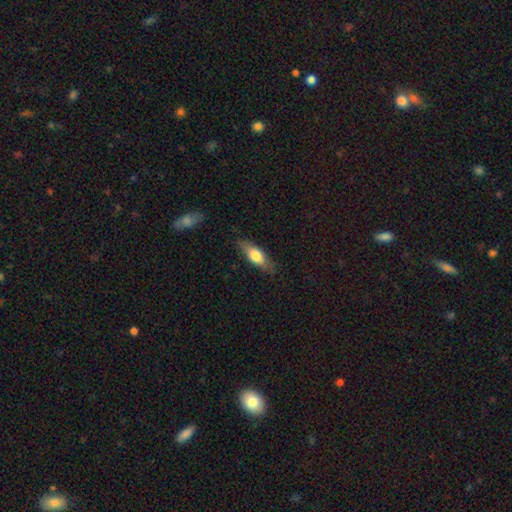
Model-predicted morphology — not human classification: smooth-or-featured: smooth: 66% | featured or disk: 28% | star or artifact: 6%
  how-rounded: in between: 57% | cigar-shaped: 40% | round: 3%
  merging: none: 80% | minor disturbance: 15% | major disturbance: 3% | merger: 1%